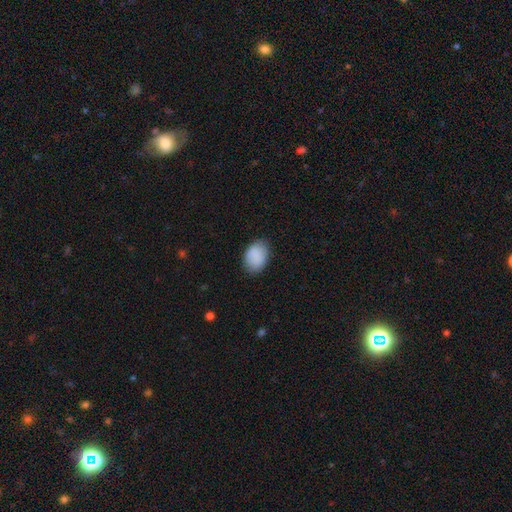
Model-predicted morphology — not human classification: Overall: smooth (88%). How rounded: in between (78%). Merging: none (80%).